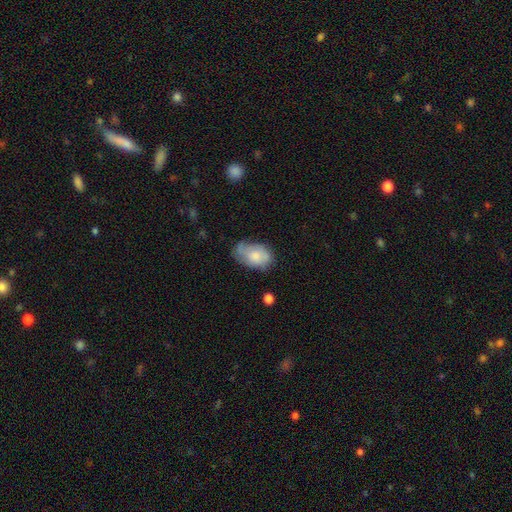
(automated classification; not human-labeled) Overall: smooth (64%; featured or disk 28%). How rounded: in between (90%). Merging: none (49%; minor disturbance 35%).